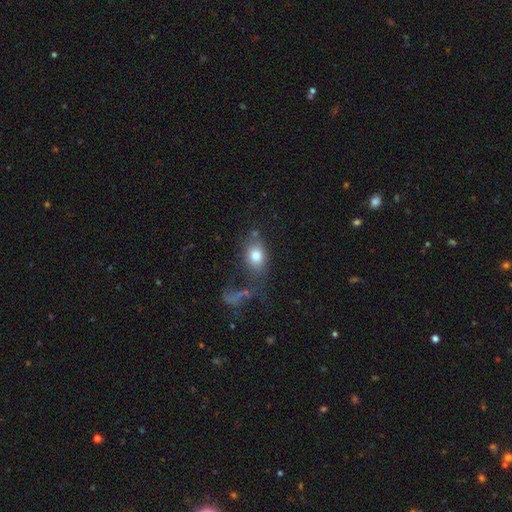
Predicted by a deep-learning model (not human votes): Smooth or featured? Predicted: smooth (p=0.79). How rounded? Predicted: in between (p=0.70). Merging? Predicted: none (p=0.57).